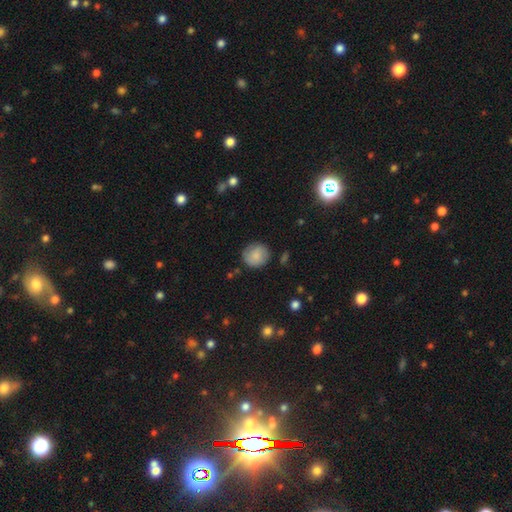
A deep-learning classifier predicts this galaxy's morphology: Overall: smooth (82%). How rounded: round (89%). Merging: none (82%).